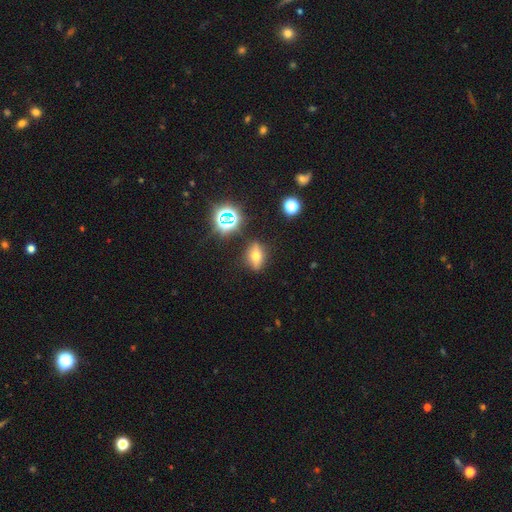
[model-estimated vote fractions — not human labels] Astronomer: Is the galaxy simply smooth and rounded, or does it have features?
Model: smooth — 45% (runner-up: featured or disk, 33%).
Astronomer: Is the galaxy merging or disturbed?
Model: none — 84%.